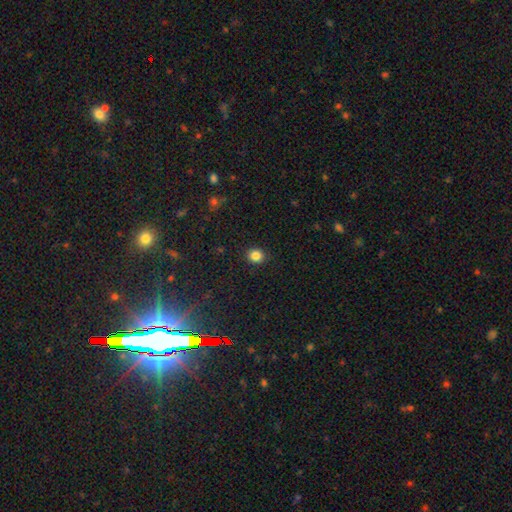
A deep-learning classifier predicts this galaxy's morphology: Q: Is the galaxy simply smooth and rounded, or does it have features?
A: smooth — 84%.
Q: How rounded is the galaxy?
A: round — 82%.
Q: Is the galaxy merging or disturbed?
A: none — 91%.